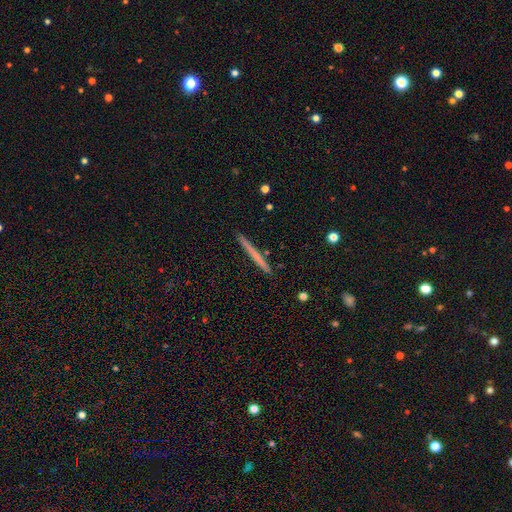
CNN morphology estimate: Smooth or featured?
  - smooth: 58% *
  - featured or disk: 37%
  - star or artifact: 5%
How rounded?
  - cigar-shaped: 97% *
  - in between: 2%
  - round: 1%
Merging?
  - none: 92% *
  - minor disturbance: 6%
  - merger: 1%
  - major disturbance: 1%